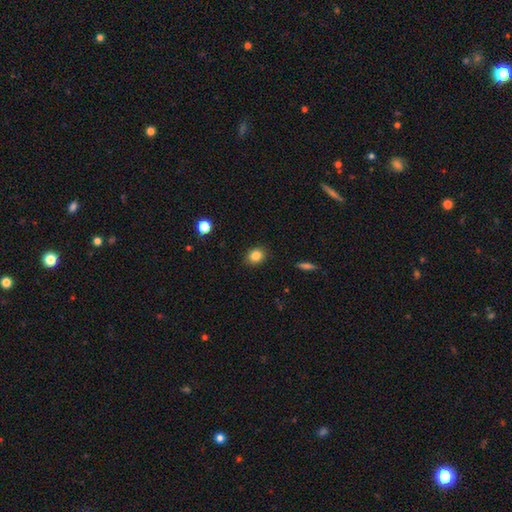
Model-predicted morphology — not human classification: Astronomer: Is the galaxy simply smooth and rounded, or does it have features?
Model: smooth — 84%.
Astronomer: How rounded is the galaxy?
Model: round — 66%.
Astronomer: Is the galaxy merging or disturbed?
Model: none — 88%.